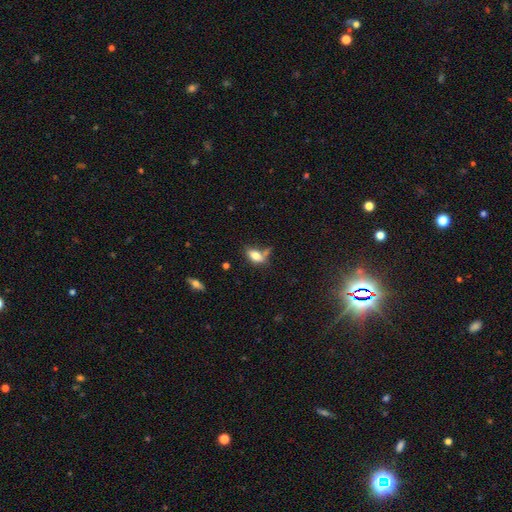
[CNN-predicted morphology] Smooth or featured? smooth (73%)
How rounded? in between (86%)
Merging? none (46%)